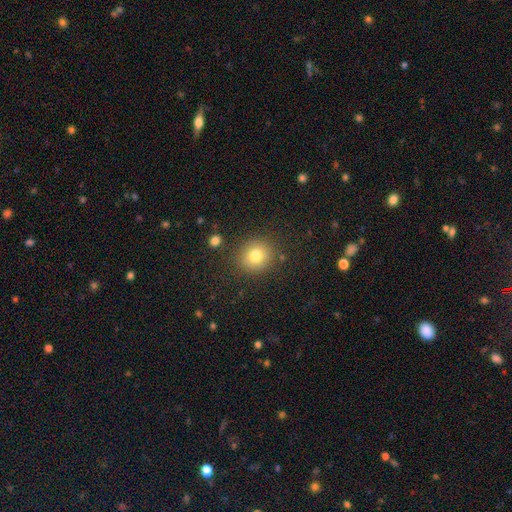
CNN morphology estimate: This is likely a smooth galaxy (78%). How rounded: clearly round (85%). Merging: clearly none (86%).